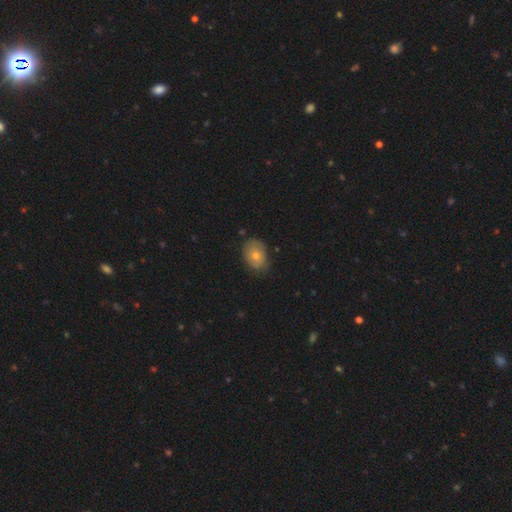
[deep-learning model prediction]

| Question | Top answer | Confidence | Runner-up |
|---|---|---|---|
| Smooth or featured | smooth | 65% | featured or disk (23%) |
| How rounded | in between | 68% | round (31%) |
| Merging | none | 77% | minor disturbance (19%) |